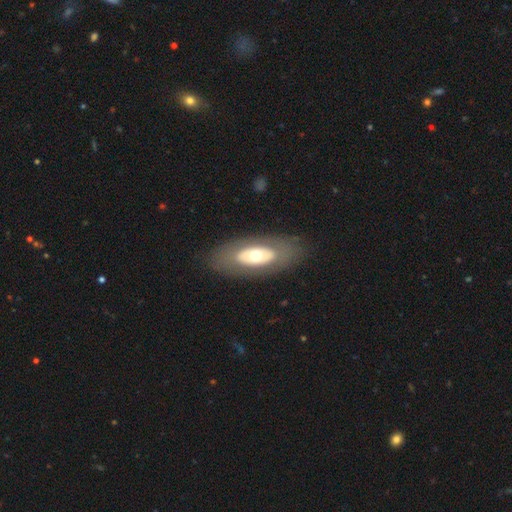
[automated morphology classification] Smooth or featured?
  - featured or disk: 50% *
  - smooth: 44%
  - star or artifact: 6%
Merging?
  - none: 81% *
  - minor disturbance: 11%
  - major disturbance: 7%
  - merger: 1%